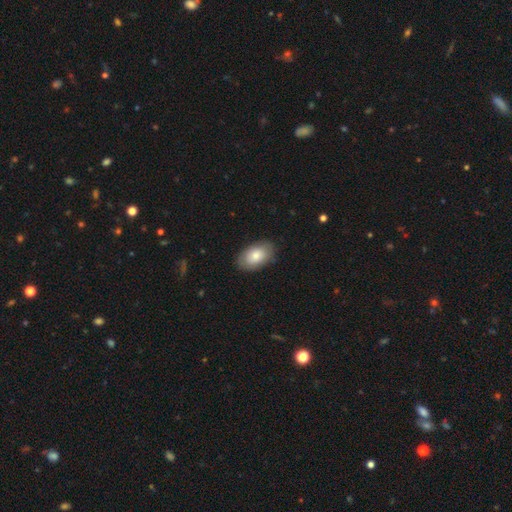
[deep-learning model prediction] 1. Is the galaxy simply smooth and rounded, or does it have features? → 76% smooth, 18% featured or disk, 6% star or artifact.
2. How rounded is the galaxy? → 92% in between, 7% round, 1% cigar-shaped.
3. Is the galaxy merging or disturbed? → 83% none, 13% minor disturbance, 3% major disturbance, 1% merger.